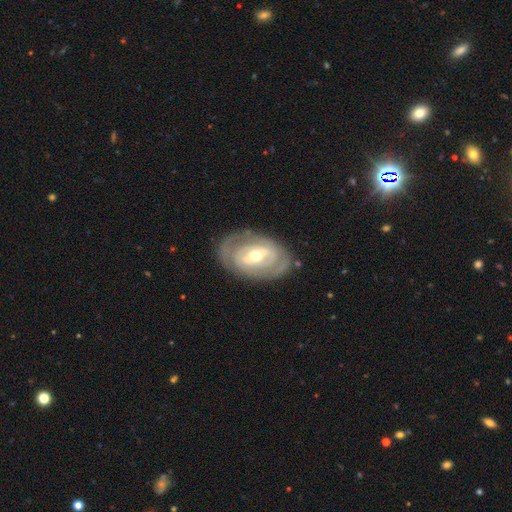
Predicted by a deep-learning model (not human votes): A featured or disk galaxy (76%) with a weak bar (40%), spiral arms (65%) and a moderate central bulge (64%). Merging: none (78%).